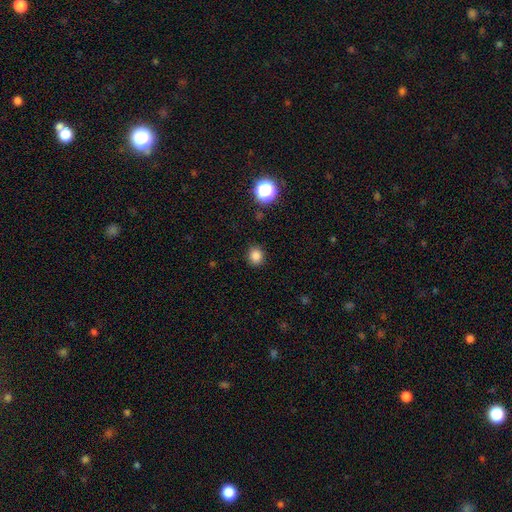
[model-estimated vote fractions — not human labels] Smooth or featured? smooth (83%)
How rounded? round (77%)
Merging? none (88%)